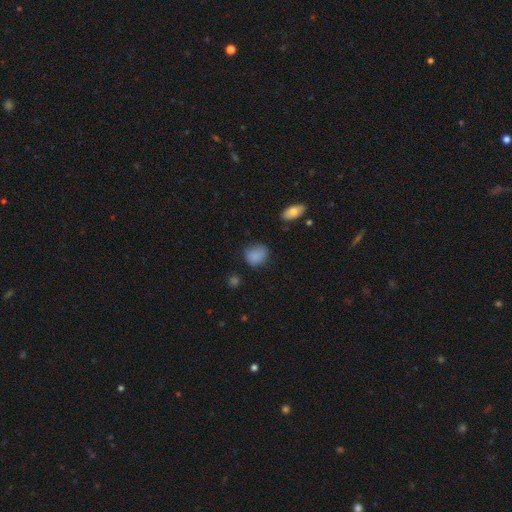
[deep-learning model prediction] Smooth or featured?
  - smooth: 84% *
  - star or artifact: 10%
  - featured or disk: 6%
How rounded?
  - round: 63% *
  - in between: 36%
  - cigar-shaped: 1%
Merging?
  - none: 67% *
  - minor disturbance: 24%
  - major disturbance: 6%
  - merger: 2%